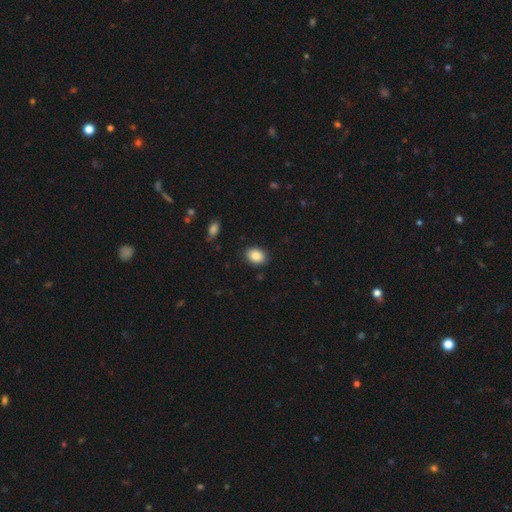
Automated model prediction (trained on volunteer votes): This is clearly a smooth galaxy (87%). How rounded: likely in between (68%). Merging: clearly none (88%).